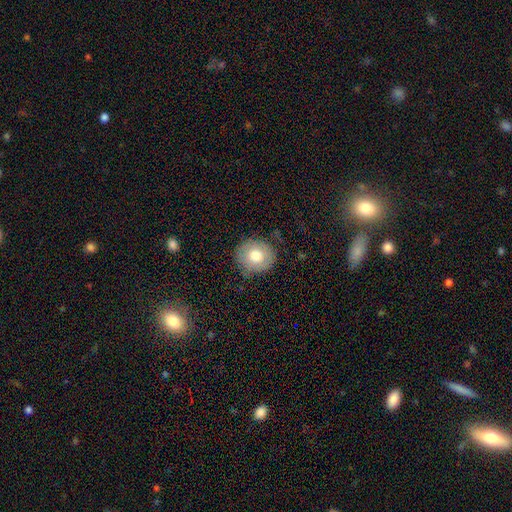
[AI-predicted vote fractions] The model was most divided on "smooth or featured": smooth: 72%, featured or disk: 20%, star or artifact: 8%. More confident: merging — none (84%); how rounded — round (81%).